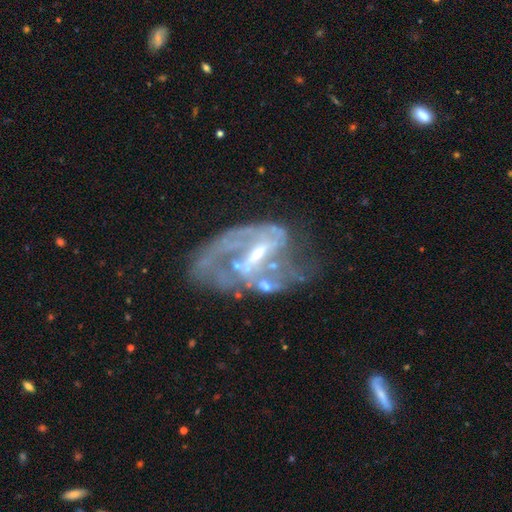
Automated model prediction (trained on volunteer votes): smooth_or_featured: featured or disk (p=0.84) [alt: smooth p=0.08]
disk_edge_on: no (p=0.96) [alt: yes p=0.04]
bar: strong (p=0.41) [tied with: weak p=0.41]
has_spiral_arms: yes (p=0.81) [alt: no p=0.19]
spiral_winding: medium (p=0.43) [alt: loose p=0.31]
spiral_arm_count: 2 (p=0.52) [alt: can't tell p=0.25]
bulge_size: small (p=0.61) [alt: moderate p=0.29]
merging: none (p=0.37) [alt: major disturbance p=0.32]